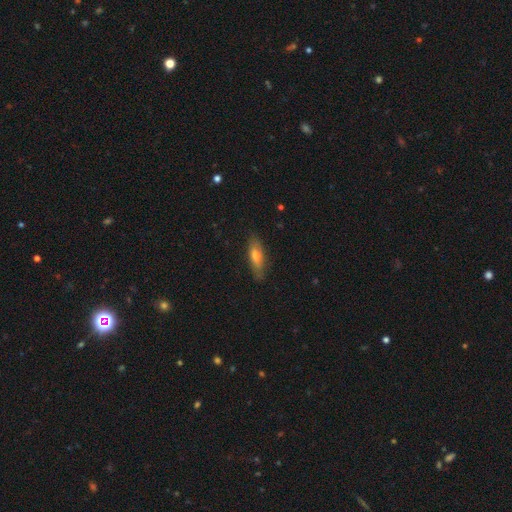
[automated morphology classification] The model was most divided on "how rounded": cigar-shaped: 58%, in between: 40%, round: 2%. More confident: merging — none (82%); smooth or featured — smooth (62%).